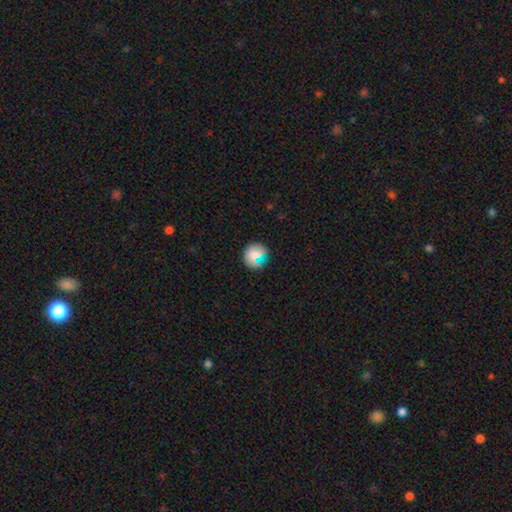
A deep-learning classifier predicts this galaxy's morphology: smooth-or-featured: smooth: 77% | star or artifact: 13% | featured or disk: 11%
  how-rounded: round: 91% | in between: 7% | cigar-shaped: 1%
  merging: none: 79% | minor disturbance: 14% | major disturbance: 4% | merger: 4%